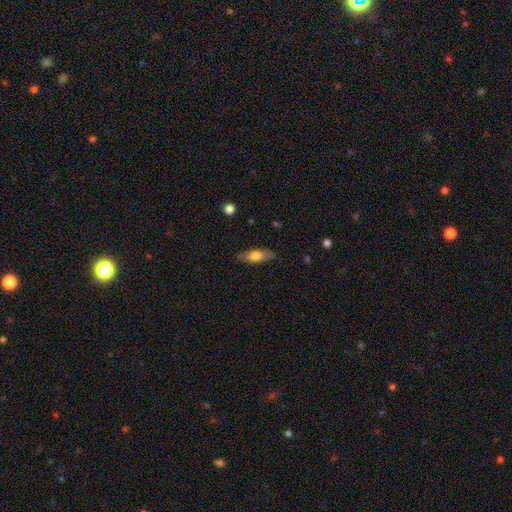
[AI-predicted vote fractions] smooth 67%, featured or disk 27%, star or artifact 6%. Down the decision tree: how rounded — in between (67%); merging — none (84%).